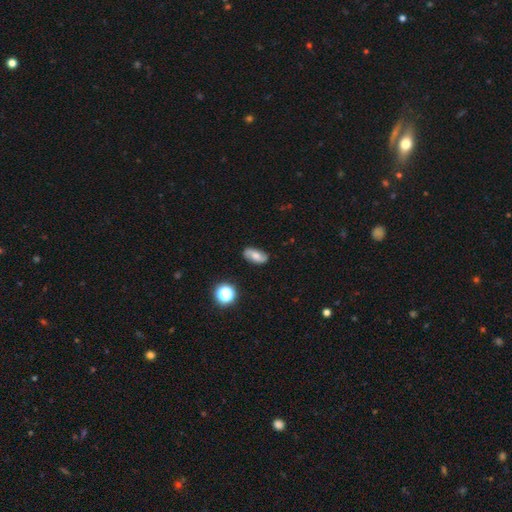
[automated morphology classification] Smooth or featured: featured or disk — 48% (smooth — 41%)
Merging: none — 82% (minor disturbance — 13%)